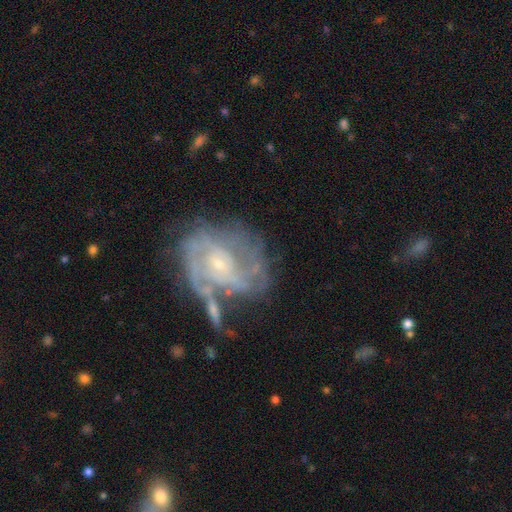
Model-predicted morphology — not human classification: Smooth or featured? featured or disk (80%)
Edge-on disk? no (97%)
Bar? no (44%)
Spiral arms? yes (91%)
Spiral winding? tight (52%)
Spiral arm count? 2 (34%)
Bulge size? small (57%)
Merging? none (63%)